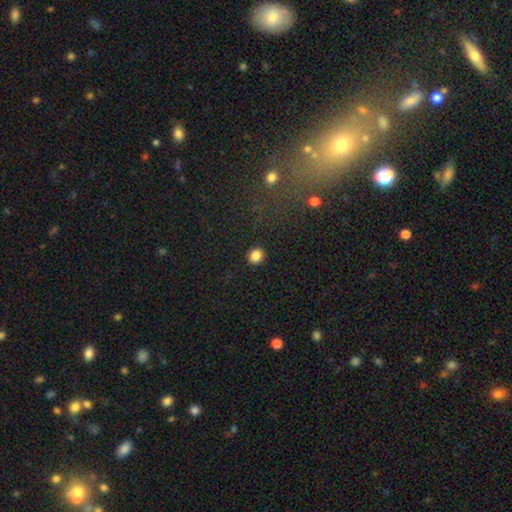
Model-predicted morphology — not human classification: The model was most divided on "how rounded": round: 80%, in between: 19%, cigar-shaped: 1%. More confident: merging — none (91%); smooth or featured — smooth (85%).